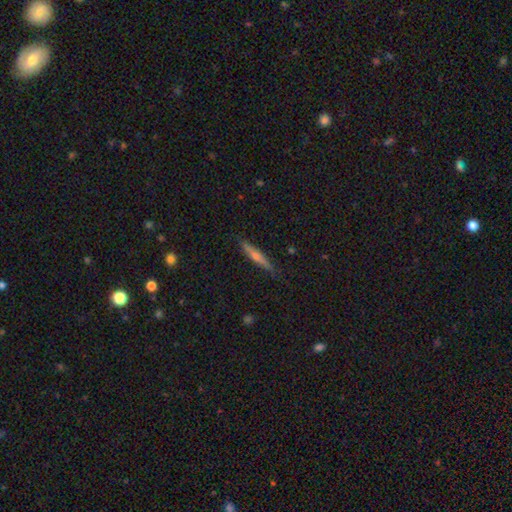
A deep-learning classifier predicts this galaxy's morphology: Q: Smooth or featured?
A: featured or disk (52%); runner-up: smooth (42%)
Q: Edge-on disk?
A: yes (96%); runner-up: no (4%)
Q: Merging?
A: none (87%); runner-up: minor disturbance (10%)